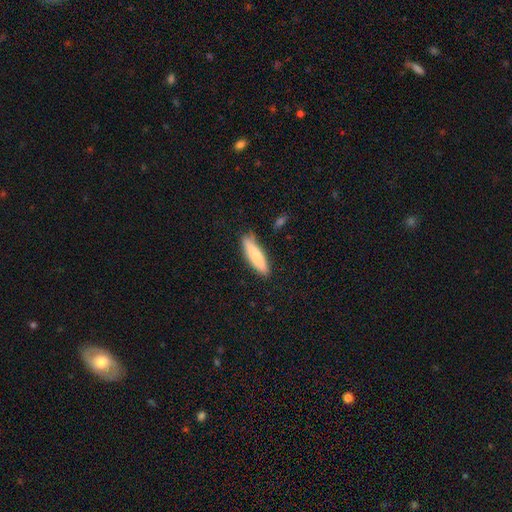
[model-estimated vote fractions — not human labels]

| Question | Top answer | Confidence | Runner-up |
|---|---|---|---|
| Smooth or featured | smooth | 79% | featured or disk (15%) |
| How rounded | cigar-shaped | 72% | in between (26%) |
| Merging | none | 80% | minor disturbance (15%) |